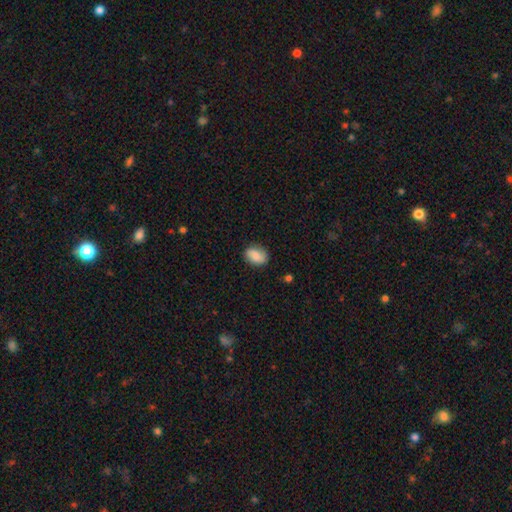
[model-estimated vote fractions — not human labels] Smooth or featured?
  - smooth: 81% *
  - featured or disk: 12%
  - star or artifact: 7%
How rounded?
  - in between: 78% *
  - round: 21%
  - cigar-shaped: 2%
Merging?
  - none: 80% *
  - minor disturbance: 15%
  - major disturbance: 3%
  - merger: 1%